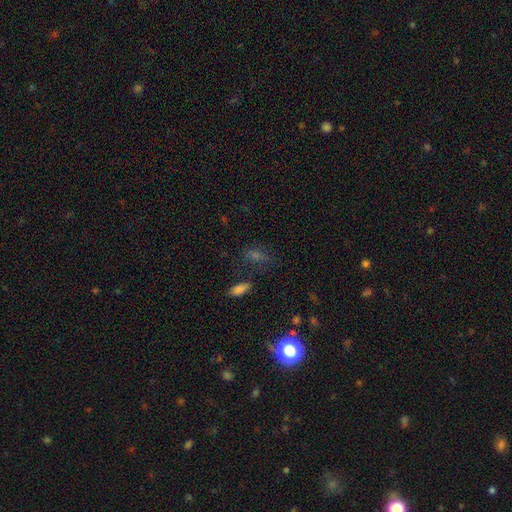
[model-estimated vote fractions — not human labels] Smooth or featured? smooth (46%)
Merging? none (67%)